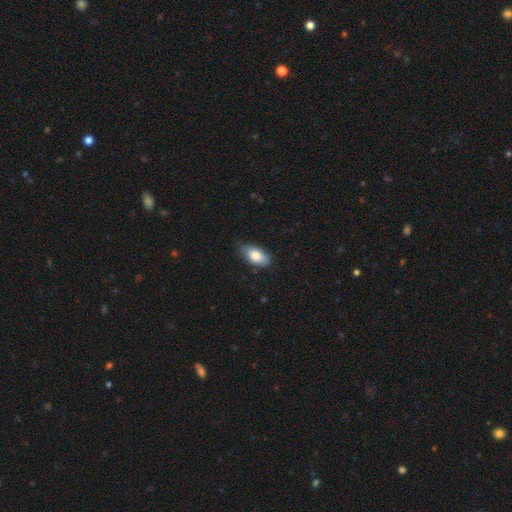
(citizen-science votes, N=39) Smooth or featured: smooth — 82% (featured or disk — 10%)
How rounded: in between — 97% (round — 3%)
Merging: none — 81% (minor disturbance — 19%)